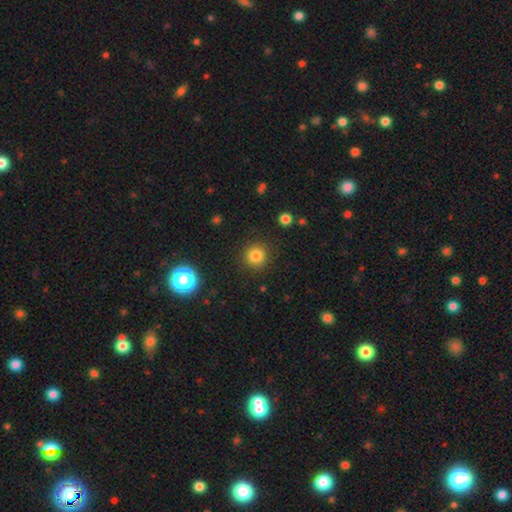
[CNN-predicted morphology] This appears to be a smooth galaxy with no disk features (82%) that is round (93%). Merging: none (90%).